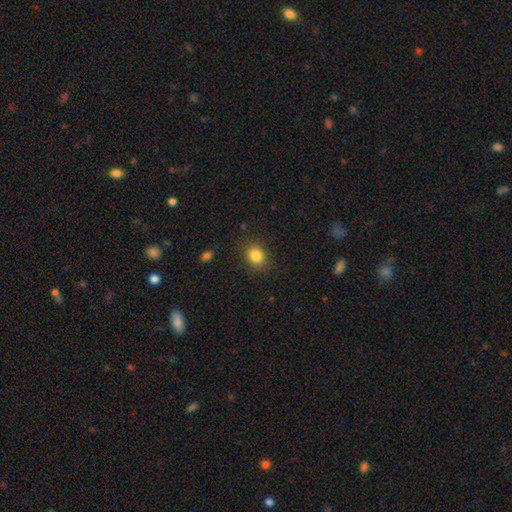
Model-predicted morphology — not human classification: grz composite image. It shows a smooth galaxy with no disk features (84%) that is round (68%). Merging: none (87%).